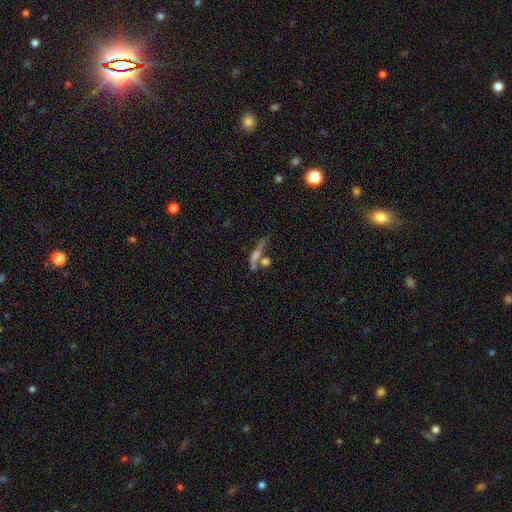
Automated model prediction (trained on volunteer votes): The model was most divided on "smooth or featured": featured or disk: 52%, smooth: 35%, star or artifact: 13%. More confident: edge-on disk — yes (83%); merging — none (52%).